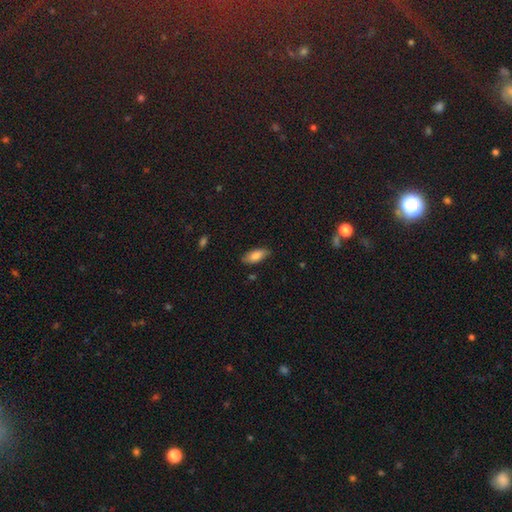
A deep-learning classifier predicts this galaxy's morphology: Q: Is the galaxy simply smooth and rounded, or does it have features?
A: smooth — 81%.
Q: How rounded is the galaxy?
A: in between — 84%.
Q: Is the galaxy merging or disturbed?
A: none — 82%.